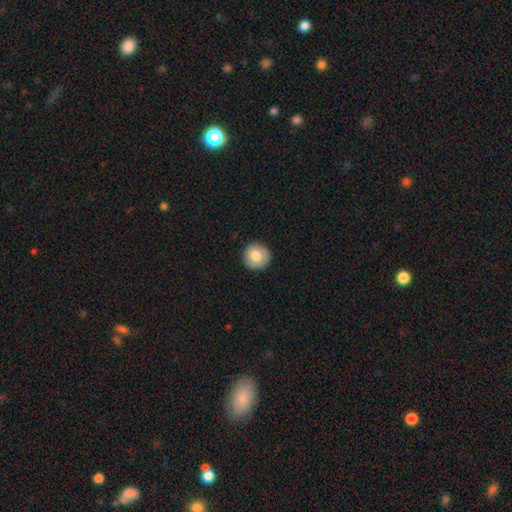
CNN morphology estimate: Q: Smooth or featured?
A: smooth (80%); runner-up: featured or disk (12%)
Q: How rounded?
A: round (95%); runner-up: in between (4%)
Q: Merging?
A: none (90%); runner-up: minor disturbance (7%)